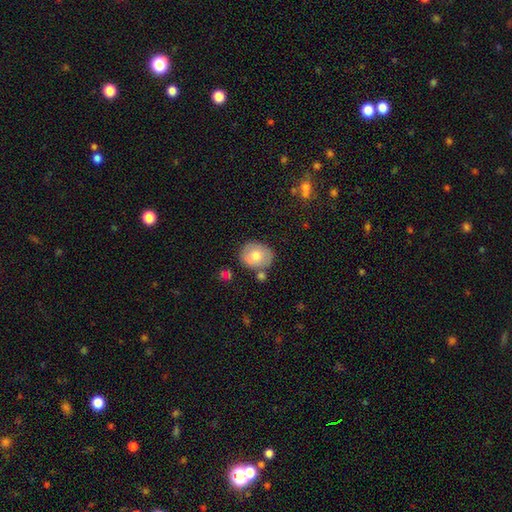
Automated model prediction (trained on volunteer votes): This is likely a smooth galaxy (68%). How rounded: likely round (64%). Merging: likely none (71%).